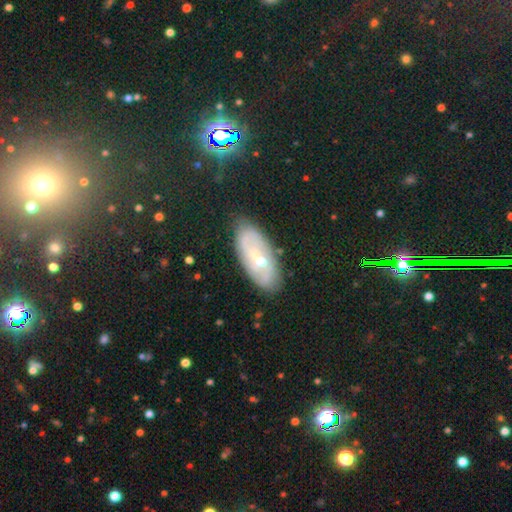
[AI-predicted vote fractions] A featured or disk galaxy (66%) with no bar (50%), spiral arms (75%) and a small central bulge (58%).

Vote fractions:
- Smooth or featured? featured or disk: 66% / smooth: 22% / star or artifact: 12%
- Edge-on disk? no: 88% / yes: 12%
- Bar? no: 50% / weak: 38% / strong: 12%
- Spiral arms? yes: 75% / no: 25%
- Bulge size? small: 58% / moderate: 39% / large: 1% / none: 1% / dominant: 1%
- Merging? none: 84% / minor disturbance: 12% / major disturbance: 3% / merger: 1%